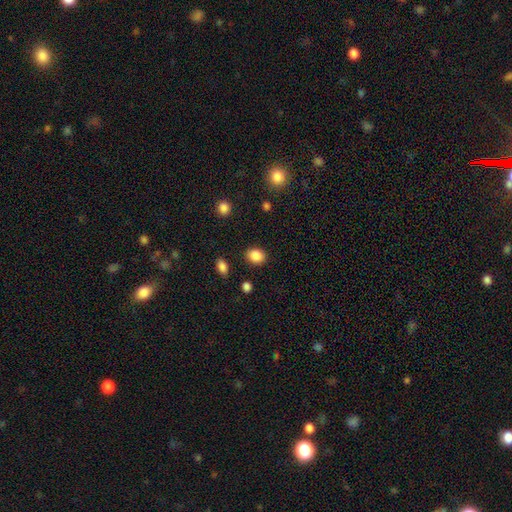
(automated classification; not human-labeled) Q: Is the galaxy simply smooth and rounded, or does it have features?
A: smooth — 87%.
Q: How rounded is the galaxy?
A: in between — 55%.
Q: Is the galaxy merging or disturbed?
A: none — 87%.